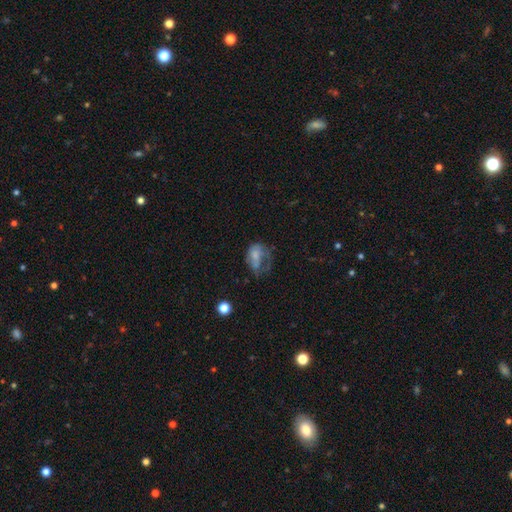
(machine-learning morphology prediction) Smooth or featured? Predicted: smooth (p=0.50). How rounded? Predicted: in between (p=0.69). Merging? Predicted: major disturbance (p=0.49).